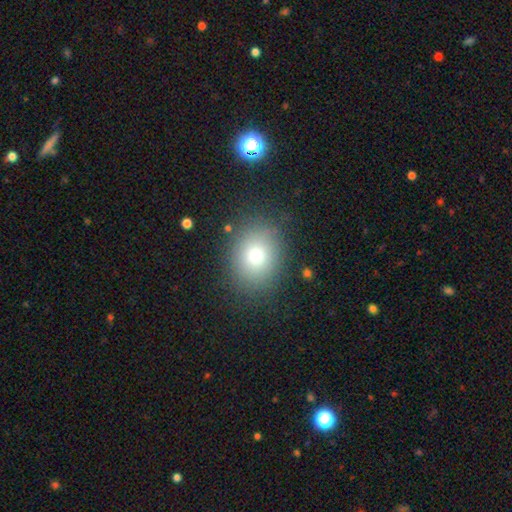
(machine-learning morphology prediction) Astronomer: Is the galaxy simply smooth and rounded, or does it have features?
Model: smooth — 74%.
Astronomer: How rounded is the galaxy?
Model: round — 56% (runner-up: in between, 44%).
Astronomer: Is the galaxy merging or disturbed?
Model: none — 84%.